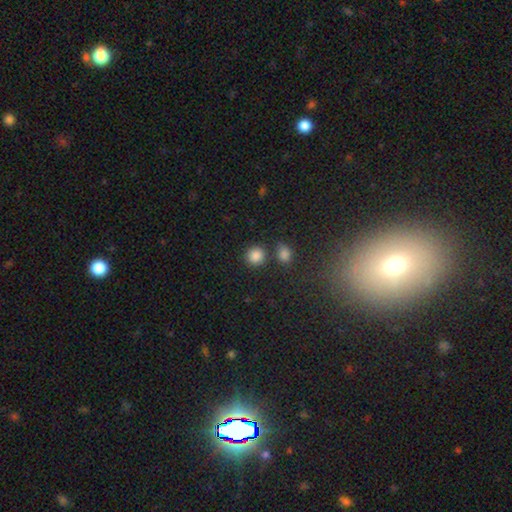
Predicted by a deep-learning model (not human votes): smooth 85%, star or artifact 11%, featured or disk 4%. Down the decision tree: how rounded — round (88%); merging — none (76%).